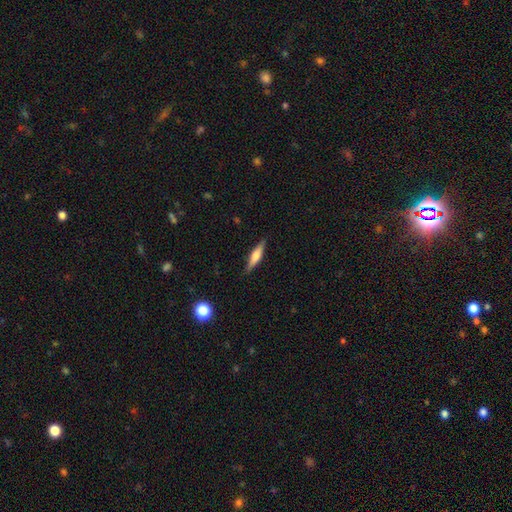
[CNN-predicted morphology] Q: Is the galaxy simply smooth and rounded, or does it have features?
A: featured or disk — 48%.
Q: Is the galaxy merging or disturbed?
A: none — 87%.